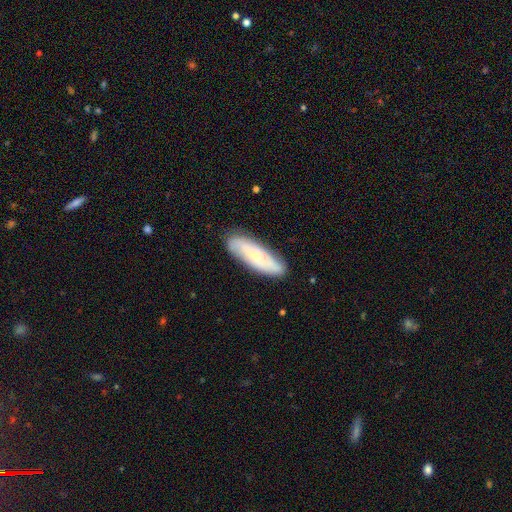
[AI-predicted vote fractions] Overall: featured or disk (49%; smooth 44%). Merging: none (86%).